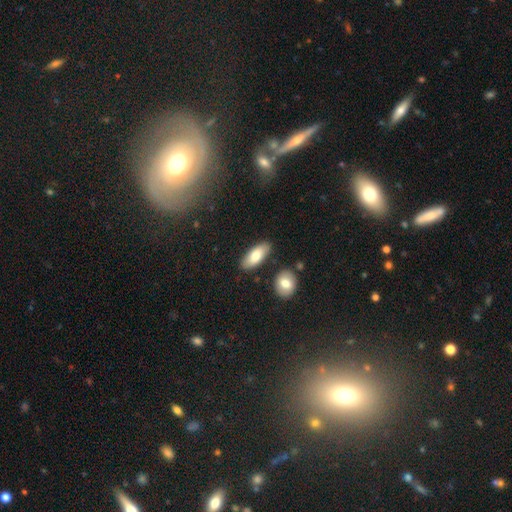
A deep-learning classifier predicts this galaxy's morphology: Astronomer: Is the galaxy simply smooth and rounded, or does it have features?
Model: smooth — 78%.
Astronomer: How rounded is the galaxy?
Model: in between — 83%.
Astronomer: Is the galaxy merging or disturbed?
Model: none — 83%.